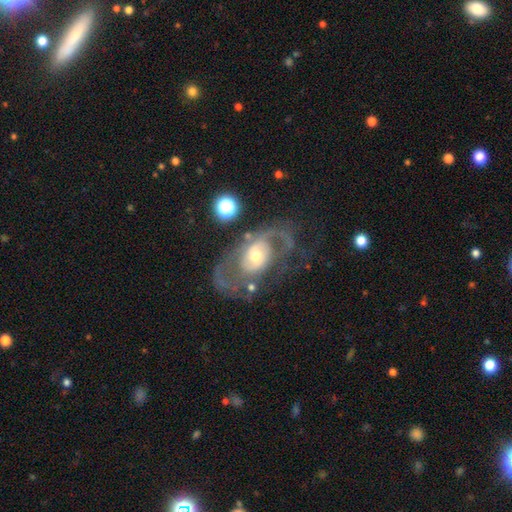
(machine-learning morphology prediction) Smooth or featured? featured or disk (80%)
Edge-on disk? no (95%)
Bar? no (65%)
Spiral arms? yes (77%)
Spiral winding? medium (44%)
Spiral arm count? 2 (61%)
Bulge size? moderate (60%)
Merging? none (50%)